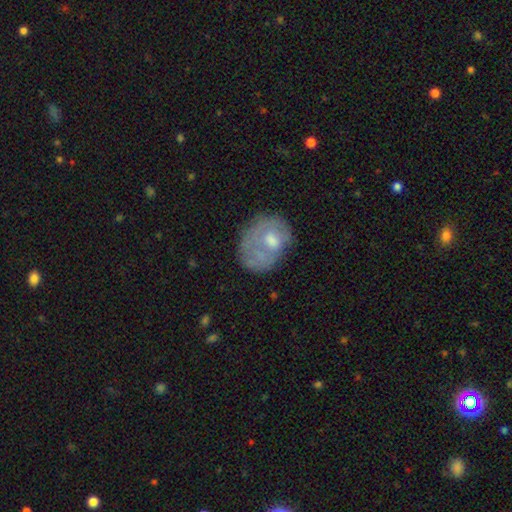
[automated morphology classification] A smooth galaxy with no disk features (49%). Merging: none (42%).